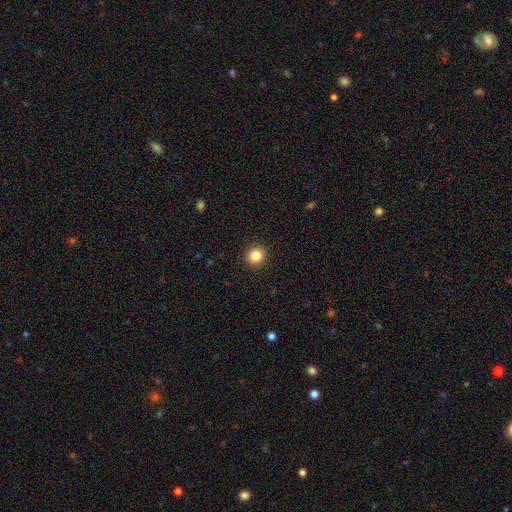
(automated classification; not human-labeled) Smooth or featured? Predicted: smooth (p=0.85). How rounded? Predicted: round (p=0.85). Merging? Predicted: none (p=0.92).